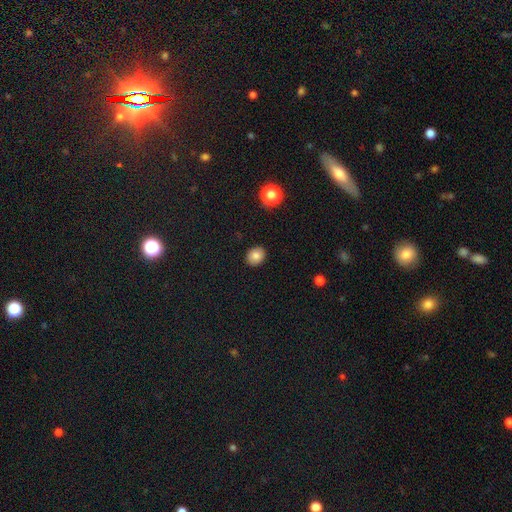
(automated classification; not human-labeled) The model was most divided on "how rounded": round: 60%, in between: 39%, cigar-shaped: 1%. More confident: merging — none (90%); smooth or featured — smooth (83%).